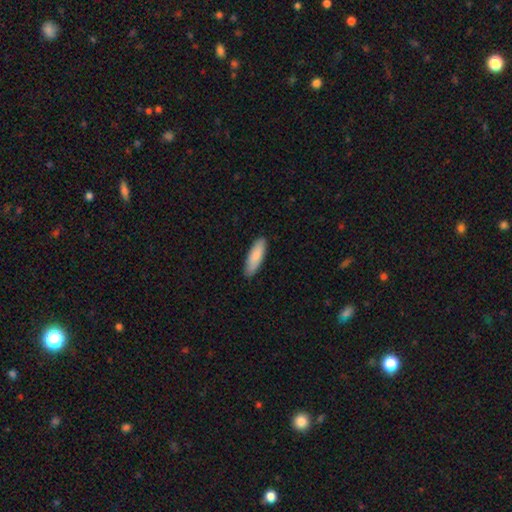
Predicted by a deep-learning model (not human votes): This appears to be a smooth galaxy with no disk features (86%) that is in between round and cigar-shaped (50%). Merging: none (89%).